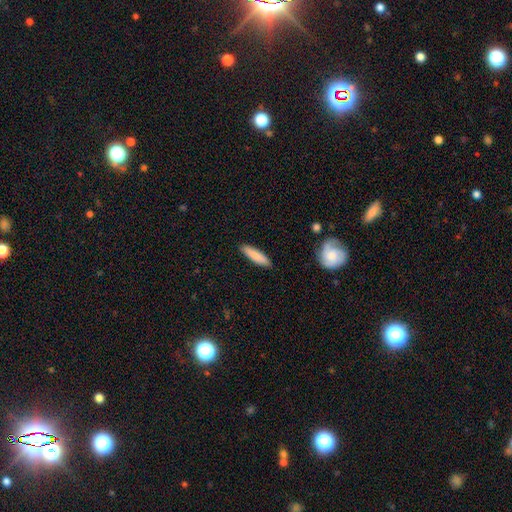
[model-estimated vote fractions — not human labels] Smooth or featured: smooth — 85% (featured or disk — 9%)
How rounded: cigar-shaped — 74% (in between — 25%)
Merging: none — 89% (minor disturbance — 8%)